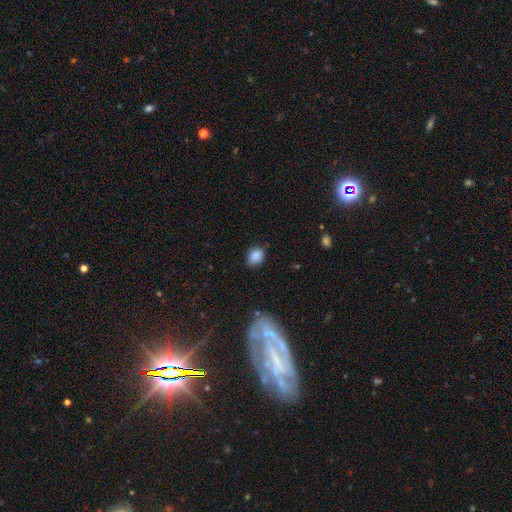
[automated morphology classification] Smooth or featured? Predicted: smooth (p=0.86). How rounded? Predicted: in between (p=0.63). Merging? Predicted: none (p=0.77).